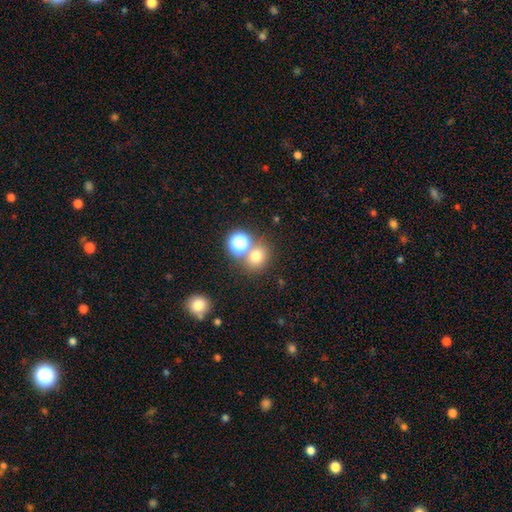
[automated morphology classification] smooth-or-featured: smooth: 71% | star or artifact: 20% | featured or disk: 8%
  how-rounded: round: 75% | in between: 24% | cigar-shaped: 1%
  merging: none: 66% | merger: 22% | minor disturbance: 9% | major disturbance: 4%